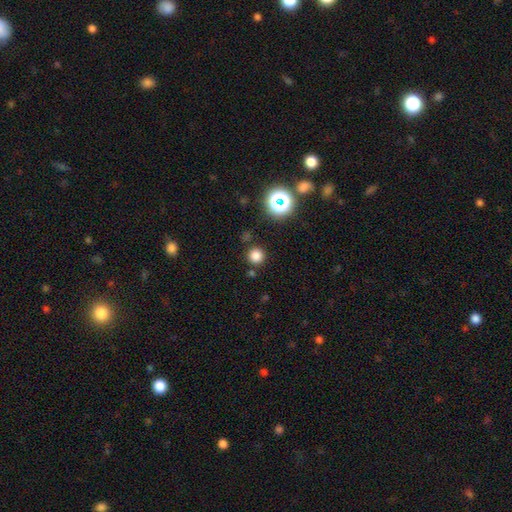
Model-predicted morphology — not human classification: Smooth or featured? smooth (78%)
How rounded? round (95%)
Merging? none (88%)